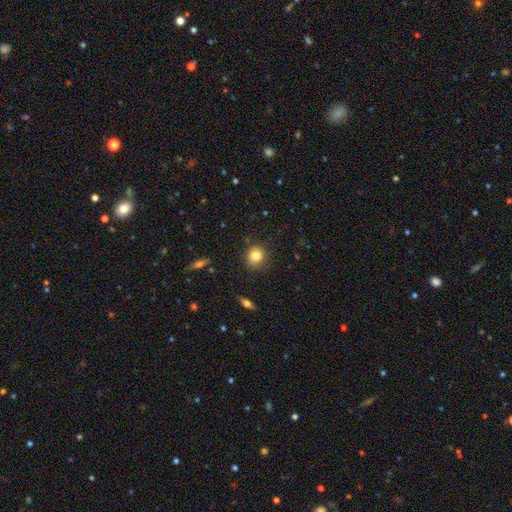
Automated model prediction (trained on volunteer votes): The model was most divided on "how rounded": round: 83%, in between: 16%, cigar-shaped: 1%. More confident: merging — none (83%); smooth or featured — smooth (82%).